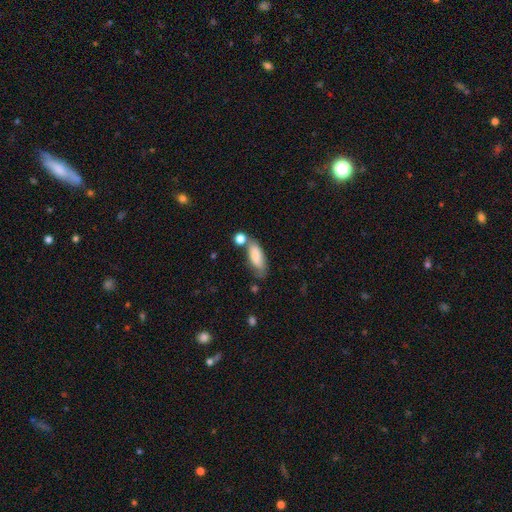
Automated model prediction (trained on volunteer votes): Smooth or featured: smooth — 81% (featured or disk — 12%)
How rounded: in between — 71% (cigar-shaped — 26%)
Merging: none — 50% (minor disturbance — 21%)